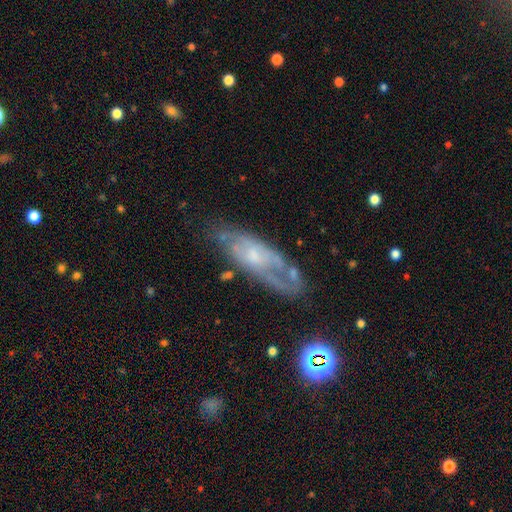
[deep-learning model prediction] smooth-or-featured: featured or disk: 67% | smooth: 24% | star or artifact: 9%
  disk-edge-on: no: 80% | yes: 20%
    bar: no: 70% | weak: 25% | strong: 4%
    has-spiral-arms: yes: 66% | no: 34%
    bulge-size: small: 54% | moderate: 30% | none: 13% | large: 3% | dominant: 1%
  merging: none: 56% | minor disturbance: 25% | major disturbance: 15% | merger: 5%